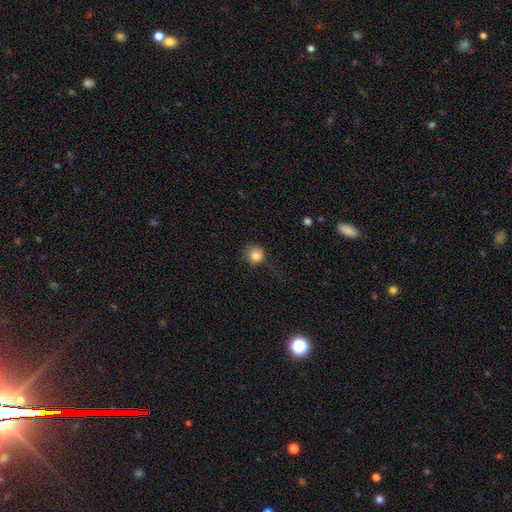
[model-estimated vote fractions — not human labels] smooth-or-featured: smooth: 81% | star or artifact: 11% | featured or disk: 8%
  how-rounded: round: 87% | in between: 12% | cigar-shaped: 1%
  merging: none: 60% | minor disturbance: 25% | major disturbance: 13% | merger: 2%